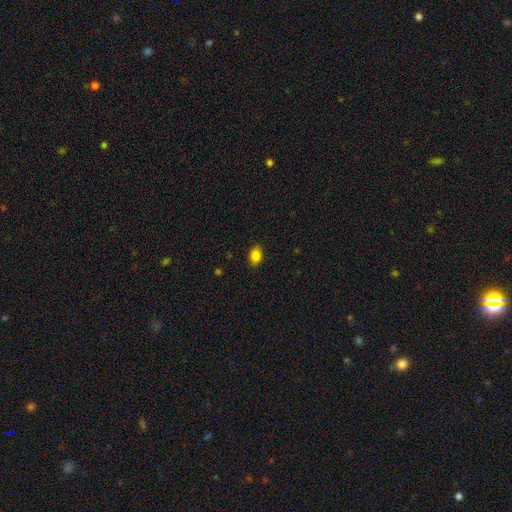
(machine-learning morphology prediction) Q: Smooth or featured?
A: smooth (86%); runner-up: star or artifact (10%)
Q: How rounded?
A: in between (81%); runner-up: round (18%)
Q: Merging?
A: none (88%); runner-up: minor disturbance (9%)